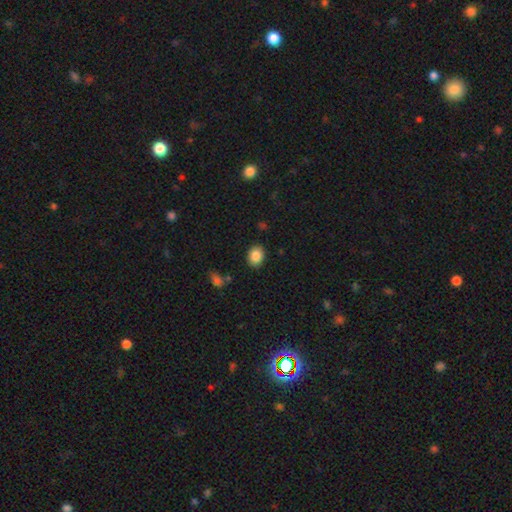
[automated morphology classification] This is clearly a smooth galaxy (85%). How rounded: possibly in between (59%). Merging: clearly none (87%).